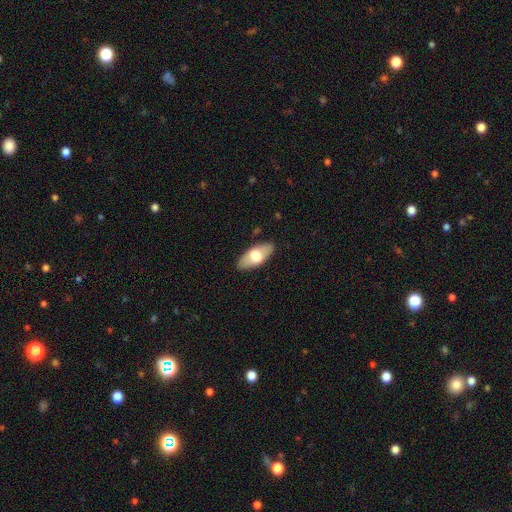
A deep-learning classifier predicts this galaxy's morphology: This appears to be a smooth galaxy with no disk features (62%) that is in between round and cigar-shaped (86%). Merging: none (87%).